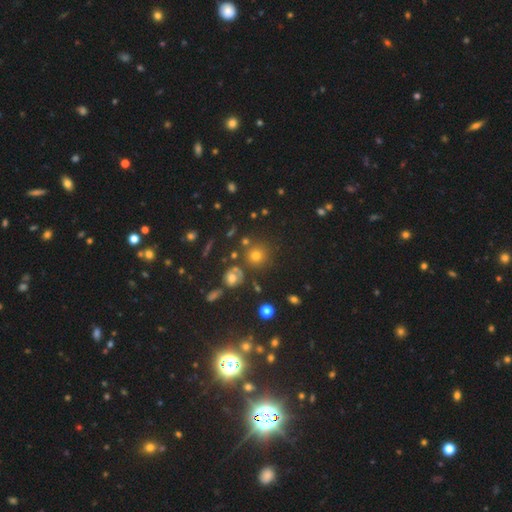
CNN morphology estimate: Smooth or featured? Predicted: smooth (p=0.62). How rounded? Predicted: round (p=0.91). Merging? Predicted: none (p=0.79).